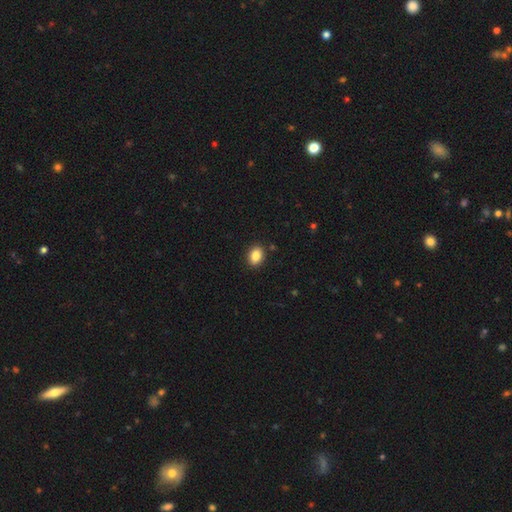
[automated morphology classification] Overall: smooth (87%). How rounded: in between (76%). Merging: none (90%).